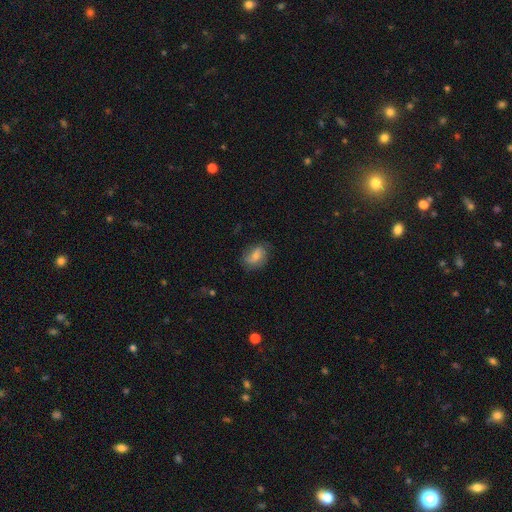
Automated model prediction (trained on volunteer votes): smooth_or_featured: smooth (p=0.69) [alt: featured or disk p=0.22]
how_rounded: in between (p=0.83) [alt: round p=0.14]
merging: none (p=0.69) [alt: minor disturbance p=0.23]